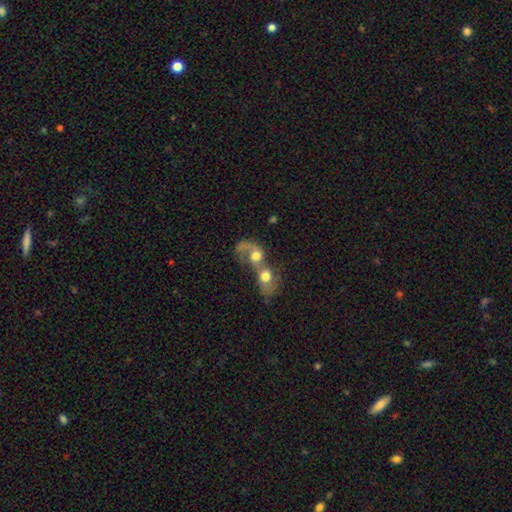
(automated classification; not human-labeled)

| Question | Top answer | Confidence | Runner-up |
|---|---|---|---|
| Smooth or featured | smooth | 50% | featured or disk (40%) |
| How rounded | round | 49% | in between (48%) |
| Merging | merger | 84% | major disturbance (7%) |